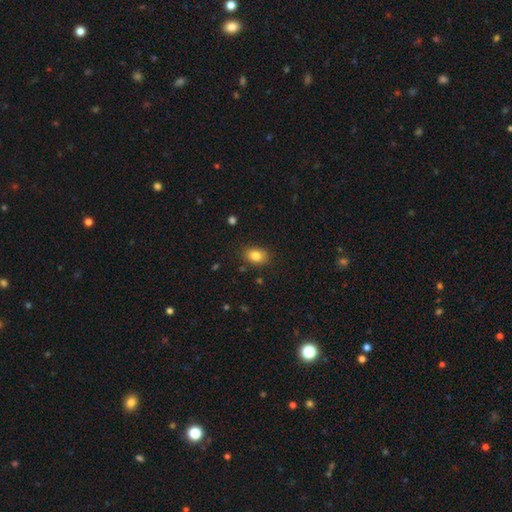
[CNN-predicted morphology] type=smooth (84%); roundness=in between (72%); merging=none (84%).